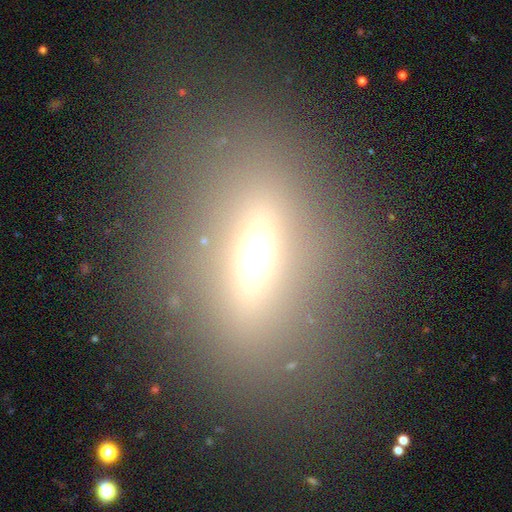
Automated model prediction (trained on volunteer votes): A smooth galaxy with no disk features (42%). Merging: none (79%).